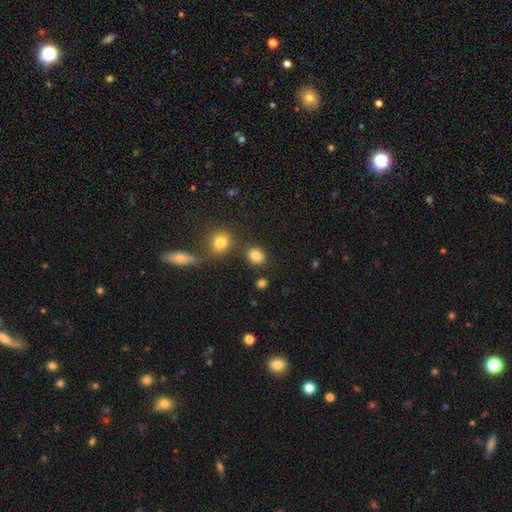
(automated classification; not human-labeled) Overall: smooth (82%). How rounded: round (53%; in between 45%). Merging: none (77%).